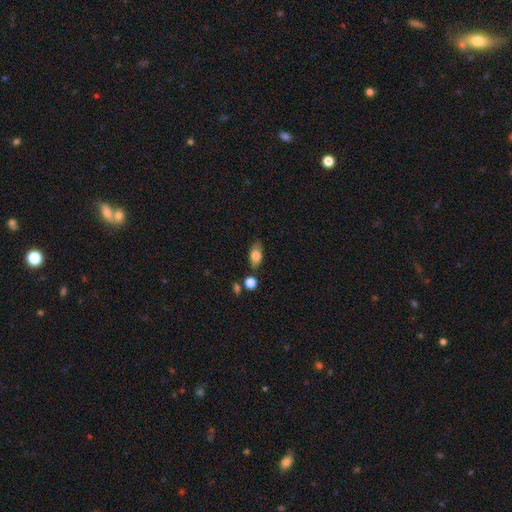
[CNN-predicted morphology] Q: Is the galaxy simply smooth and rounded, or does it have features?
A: smooth — 79%.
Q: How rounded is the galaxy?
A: in between — 85%.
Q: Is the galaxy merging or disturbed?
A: none — 75%.